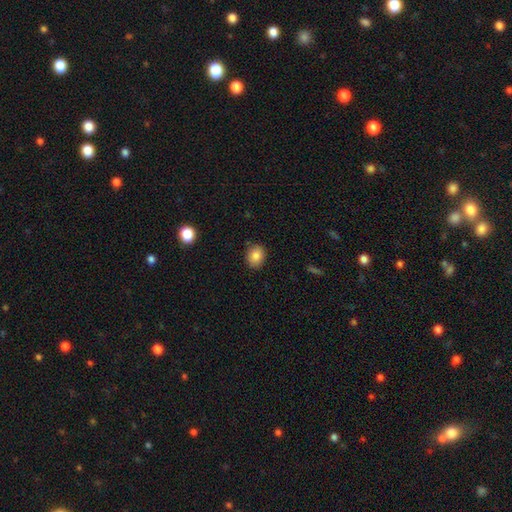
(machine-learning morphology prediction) A smooth galaxy with no disk features (84%) that is round (51%). Merging: none (87%).